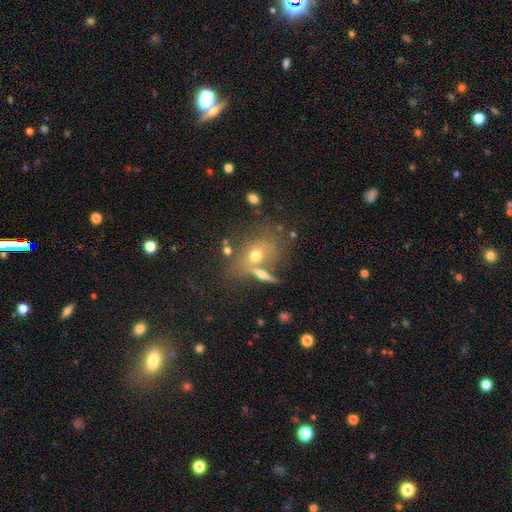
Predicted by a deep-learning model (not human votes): Smooth or featured? smooth (55%)
How rounded? in between (56%)
Merging? none (53%)